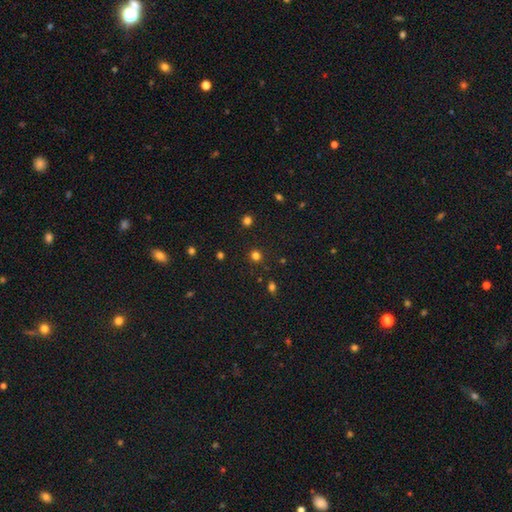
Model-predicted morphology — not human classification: smooth-or-featured: smooth: 75% | star or artifact: 20% | featured or disk: 4%
  how-rounded: round: 91% | in between: 8% | cigar-shaped: 1%
  merging: none: 90% | minor disturbance: 6% | major disturbance: 2% | merger: 2%